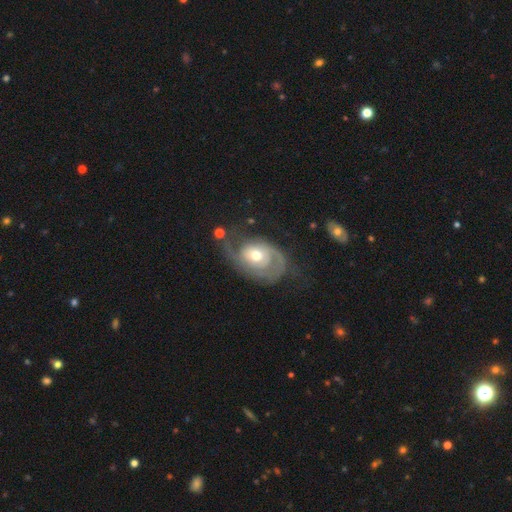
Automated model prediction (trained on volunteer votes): Morphology: type=featured or disk (79%); edge-on=no (96%); bar=no (74%); spiral arms=yes (88%); winding=tight (42%); arm count=2 (51%); bulge=moderate (67%); merging=none (48%).